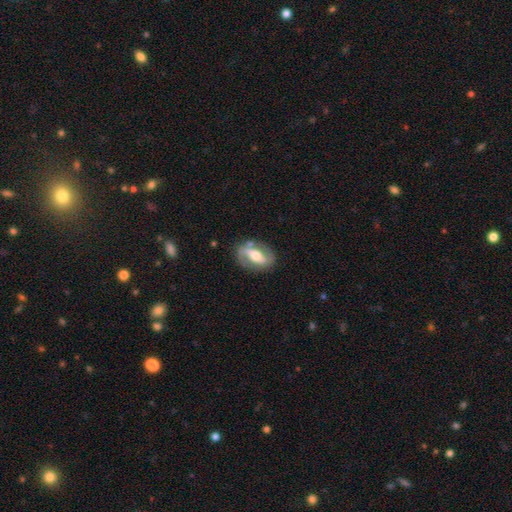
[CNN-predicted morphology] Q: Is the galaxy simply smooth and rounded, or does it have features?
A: featured or disk — 73%.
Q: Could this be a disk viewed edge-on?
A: no — 92%.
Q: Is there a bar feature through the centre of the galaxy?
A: strong — 53%.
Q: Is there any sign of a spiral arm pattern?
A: yes — 76%.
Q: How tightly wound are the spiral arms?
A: medium — 43%.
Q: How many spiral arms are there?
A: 2 — 85%.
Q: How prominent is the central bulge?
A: moderate — 66%.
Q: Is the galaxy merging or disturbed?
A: none — 79%.